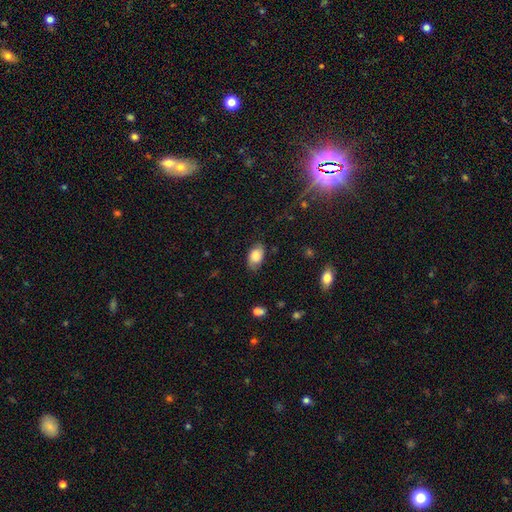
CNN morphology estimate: Q: Smooth or featured?
A: smooth (76%); runner-up: featured or disk (16%)
Q: How rounded?
A: in between (89%); runner-up: round (9%)
Q: Merging?
A: none (71%); runner-up: minor disturbance (23%)